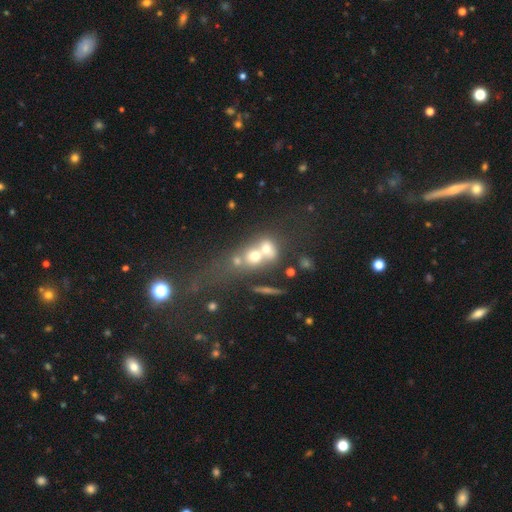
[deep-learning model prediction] Q: Smooth or featured?
A: smooth (46%); runner-up: featured or disk (33%)
Q: Merging?
A: merger (65%); runner-up: none (18%)